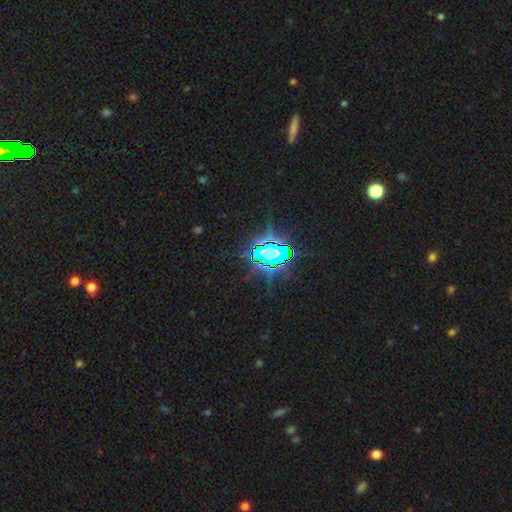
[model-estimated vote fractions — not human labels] Smooth or featured: star or artifact — 82% (smooth — 12%)